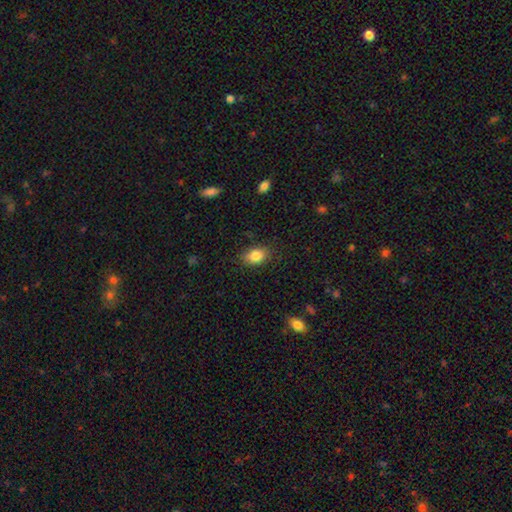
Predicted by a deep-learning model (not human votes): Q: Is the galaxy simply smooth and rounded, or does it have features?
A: smooth — 84%.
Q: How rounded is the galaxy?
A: in between — 78%.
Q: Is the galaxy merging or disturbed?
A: none — 83%.